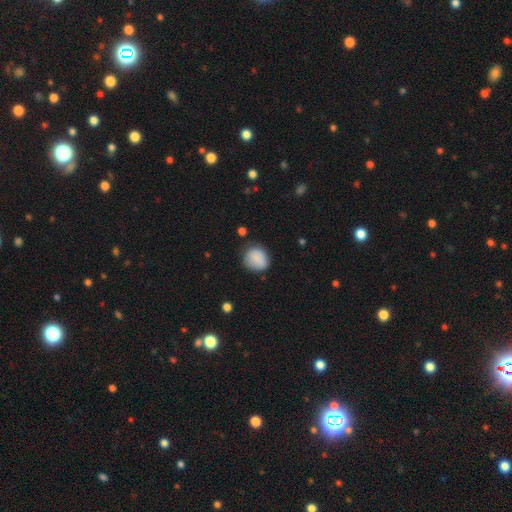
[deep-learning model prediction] Smooth or featured?
  - smooth: 86% *
  - star or artifact: 8%
  - featured or disk: 6%
How rounded?
  - round: 76% *
  - in between: 23%
  - cigar-shaped: 1%
Merging?
  - none: 72% *
  - minor disturbance: 21%
  - major disturbance: 5%
  - merger: 2%